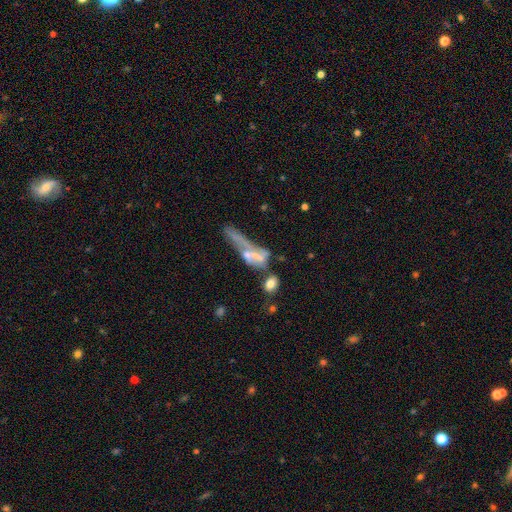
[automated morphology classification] A featured or disk galaxy (49%). Merging: merger (41%).